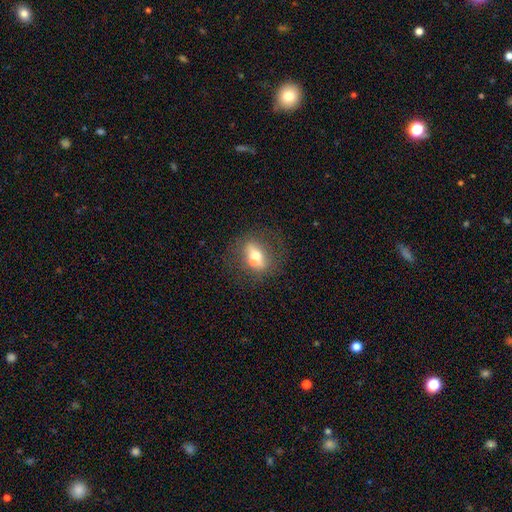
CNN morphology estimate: A smooth galaxy with no disk features (51%) that is in between round and cigar-shaped (53%).

Vote fractions:
- Smooth or featured? smooth: 51% / featured or disk: 38% / star or artifact: 11%
- How rounded? in between: 53% / round: 40% / cigar-shaped: 7%
- Merging? none: 49% / merger: 30% / minor disturbance: 13% / major disturbance: 7%